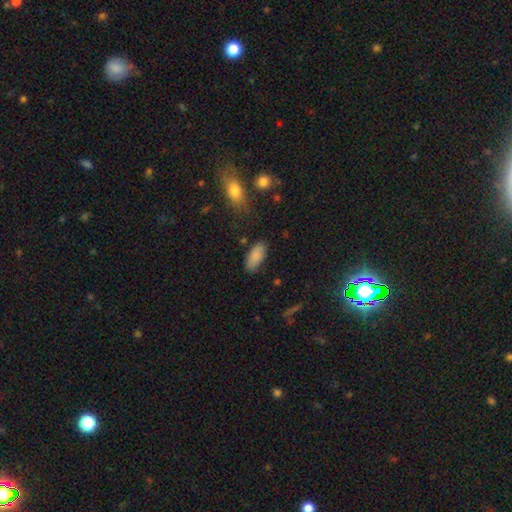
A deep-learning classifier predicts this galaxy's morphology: Smooth or featured?
  - smooth: 87% *
  - star or artifact: 7%
  - featured or disk: 5%
How rounded?
  - in between: 90% *
  - cigar-shaped: 8%
  - round: 2%
Merging?
  - none: 81% *
  - minor disturbance: 14%
  - major disturbance: 3%
  - merger: 2%